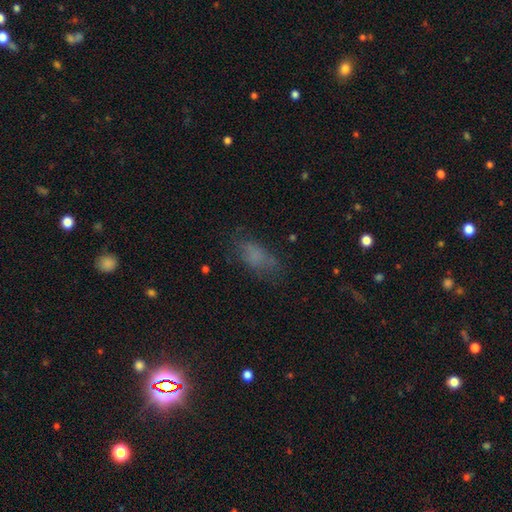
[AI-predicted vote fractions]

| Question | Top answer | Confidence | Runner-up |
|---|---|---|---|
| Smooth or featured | smooth | 67% | star or artifact (17%) |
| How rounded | in between | 83% | cigar-shaped (11%) |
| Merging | none | 60% | minor disturbance (22%) |